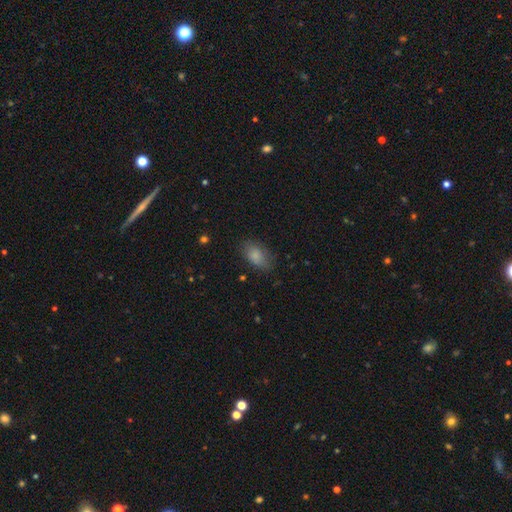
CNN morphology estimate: Smooth or featured? smooth (84%)
How rounded? in between (90%)
Merging? none (75%)